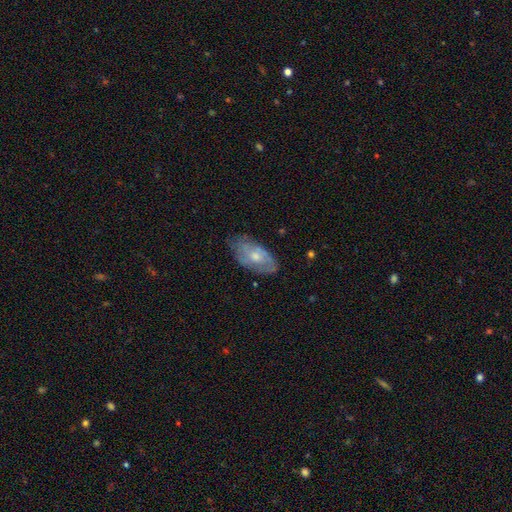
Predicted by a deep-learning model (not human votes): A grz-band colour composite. It shows a featured or disk galaxy (51%). Merging: none (61%).